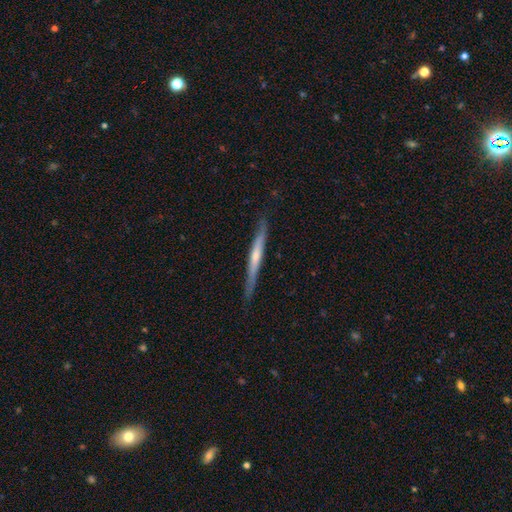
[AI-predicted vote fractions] This is possibly a featured or disk galaxy (59%). It is clearly viewed edge-on (95%). Edge-on bulge: possibly none (48%). Merging: clearly none (85%).